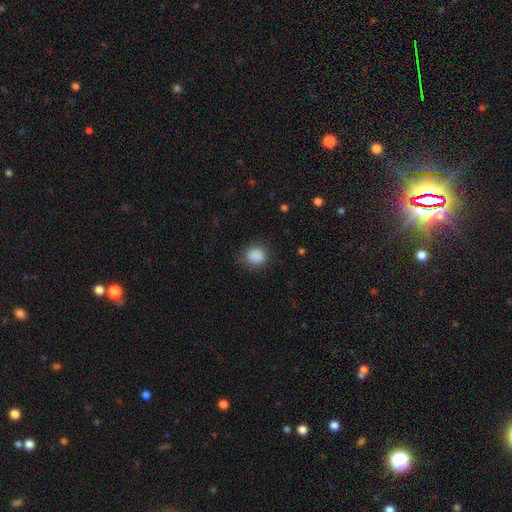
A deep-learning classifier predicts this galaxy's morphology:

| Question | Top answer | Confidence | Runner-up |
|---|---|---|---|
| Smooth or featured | smooth | 88% | star or artifact (9%) |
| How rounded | round | 79% | in between (20%) |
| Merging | none | 85% | minor disturbance (11%) |